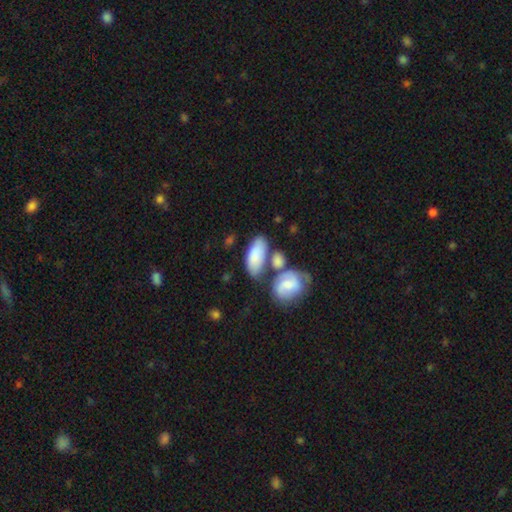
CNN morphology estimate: This is likely a smooth galaxy (76%). How rounded: clearly in between (89%). Merging: possibly none (47%).